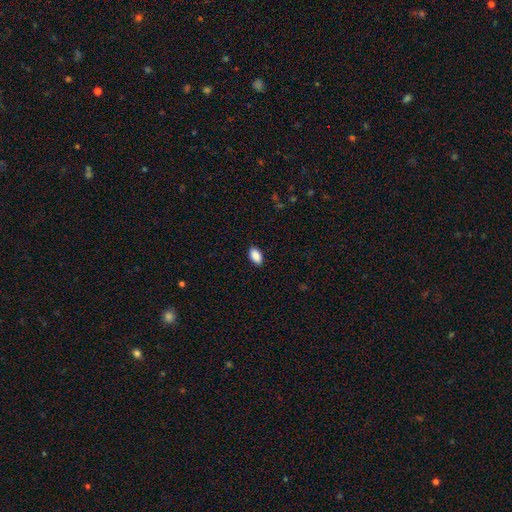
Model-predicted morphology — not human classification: smooth-or-featured: smooth: 90% | star or artifact: 7% | featured or disk: 3%
  how-rounded: in between: 93% | round: 4% | cigar-shaped: 3%
  merging: none: 89% | minor disturbance: 8% | major disturbance: 2% | merger: 1%